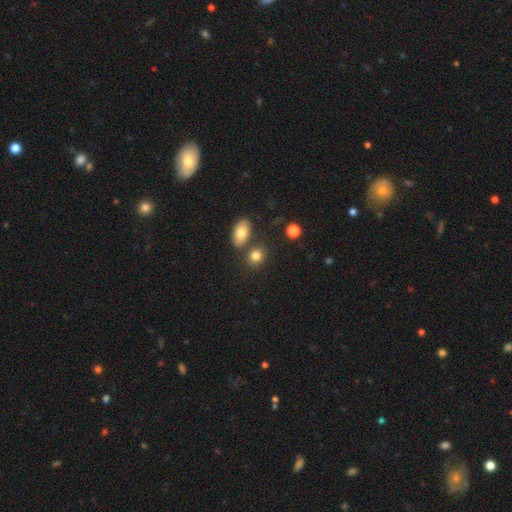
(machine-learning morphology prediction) The model was most divided on "how rounded": round: 56%, in between: 42%, cigar-shaped: 2%. More confident: smooth or featured — smooth (82%); merging — none (69%).